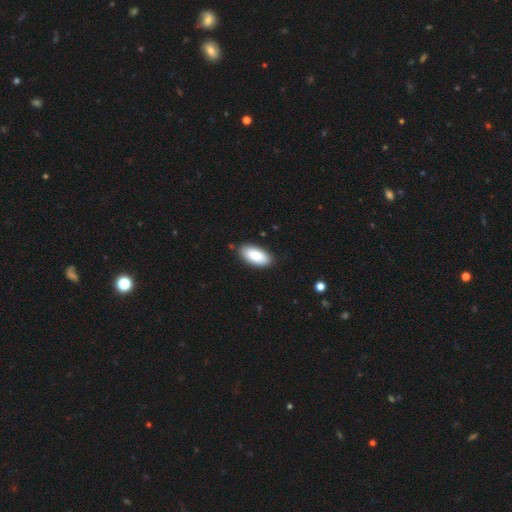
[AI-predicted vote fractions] smooth 86%, featured or disk 8%, star or artifact 6%. Down the decision tree: how rounded — in between (93%); merging — none (86%).